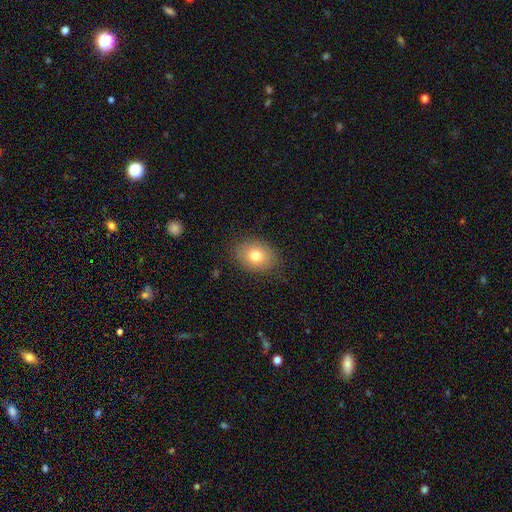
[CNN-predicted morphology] Smooth or featured?
  - smooth: 79% *
  - featured or disk: 12%
  - star or artifact: 9%
How rounded?
  - in between: 66% *
  - round: 33%
  - cigar-shaped: 1%
Merging?
  - none: 83% *
  - minor disturbance: 12%
  - major disturbance: 3%
  - merger: 1%